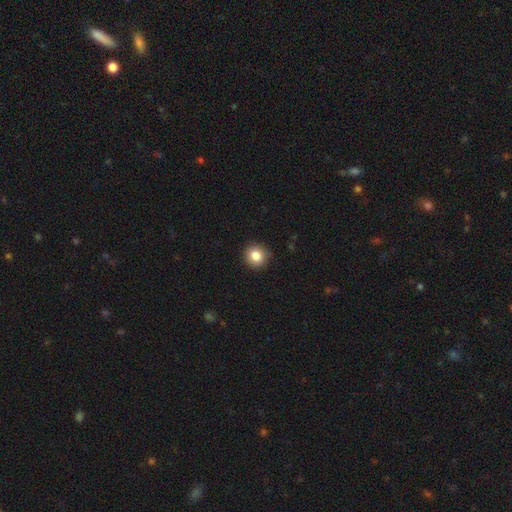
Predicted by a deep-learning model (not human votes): This is clearly a smooth galaxy (85%). How rounded: clearly round (90%). Merging: clearly none (89%).